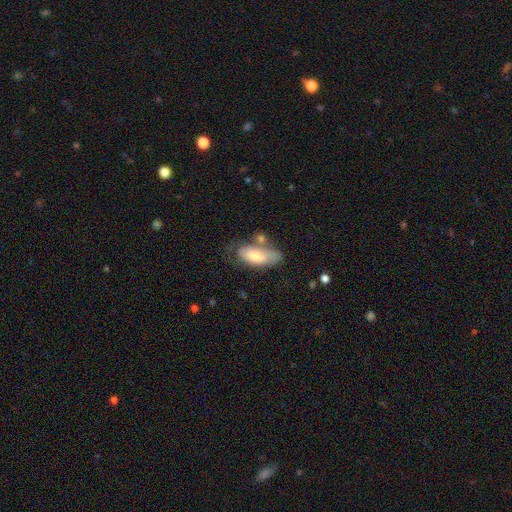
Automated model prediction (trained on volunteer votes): Smooth or featured? smooth (67%)
How rounded? in between (82%)
Merging? none (44%)